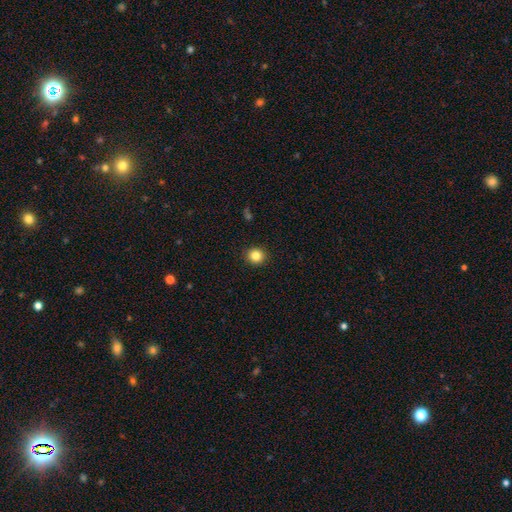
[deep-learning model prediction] Smooth or featured? Predicted: smooth (p=0.84). How rounded? Predicted: round (p=0.88). Merging? Predicted: none (p=0.92).